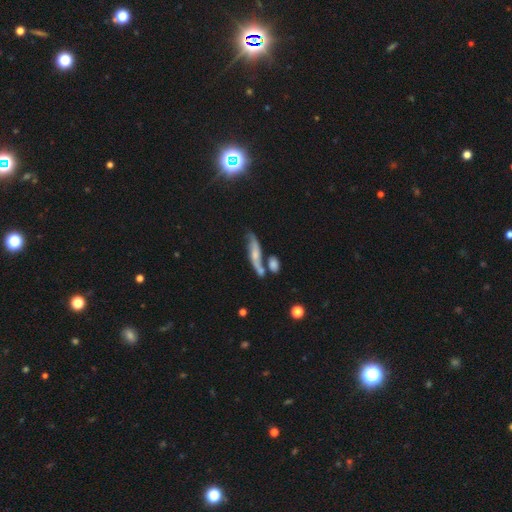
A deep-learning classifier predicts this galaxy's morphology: Smooth or featured?
  - featured or disk: 63% *
  - smooth: 27%
  - star or artifact: 10%
Edge-on disk?
  - no: 58% *
  - yes: 42%
Merging?
  - none: 51% *
  - merger: 23%
  - minor disturbance: 18%
  - major disturbance: 7%